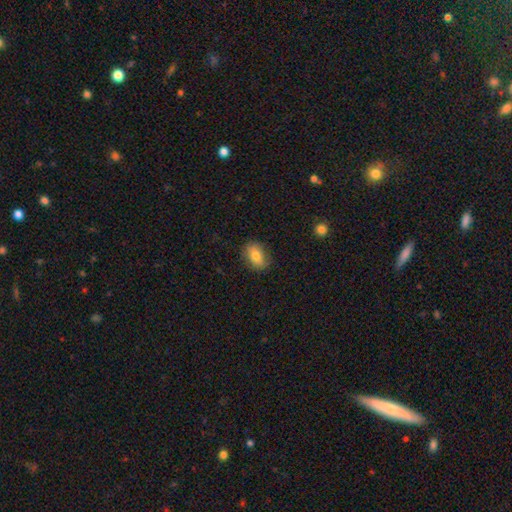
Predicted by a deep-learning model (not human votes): smooth-or-featured: smooth: 76% | featured or disk: 16% | star or artifact: 8%
  how-rounded: in between: 76% | round: 22% | cigar-shaped: 2%
  merging: none: 83% | minor disturbance: 13% | major disturbance: 3% | merger: 1%